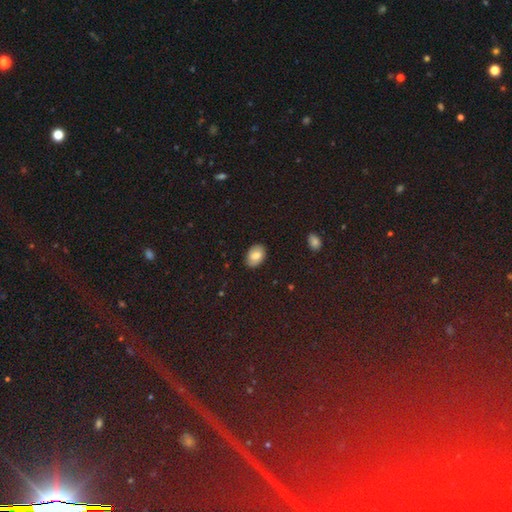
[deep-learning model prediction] smooth-or-featured: smooth: 79% | featured or disk: 12% | star or artifact: 9%
  how-rounded: in between: 84% | round: 15% | cigar-shaped: 1%
  merging: none: 86% | minor disturbance: 11% | major disturbance: 2% | merger: 1%